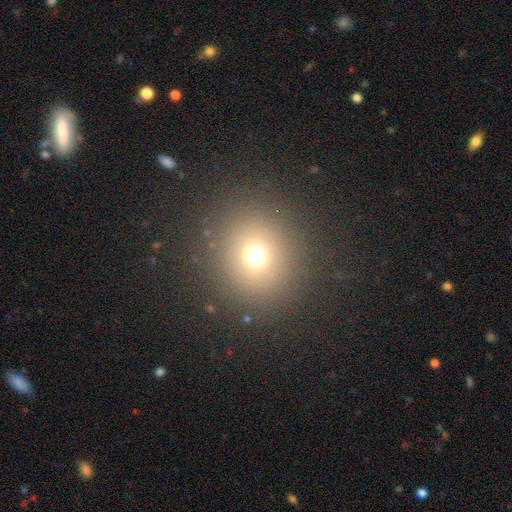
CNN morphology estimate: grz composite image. It shows a smooth galaxy with no disk features (67%) that is round (90%). Merging: none (86%).